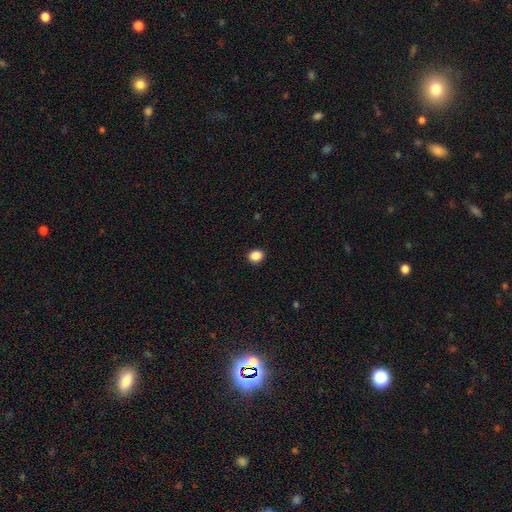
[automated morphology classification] smooth-or-featured: smooth: 87% | star or artifact: 10% | featured or disk: 3%
  how-rounded: round: 73% | in between: 27% | cigar-shaped: 1%
  merging: none: 92% | minor disturbance: 5% | major disturbance: 2% | merger: 1%